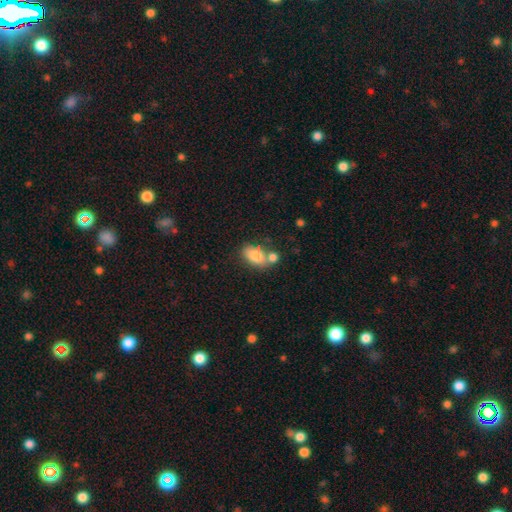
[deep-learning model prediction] A smooth galaxy with no disk features (80%) that is in between round and cigar-shaped (87%). Merging: none (47%).